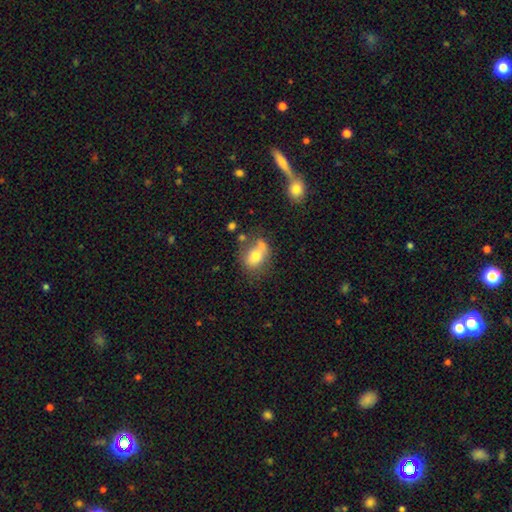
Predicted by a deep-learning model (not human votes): Smooth or featured?
  - smooth: 72% *
  - featured or disk: 18%
  - star or artifact: 10%
How rounded?
  - in between: 55% *
  - round: 44%
  - cigar-shaped: 1%
Merging?
  - none: 43% *
  - merger: 27%
  - minor disturbance: 21%
  - major disturbance: 10%